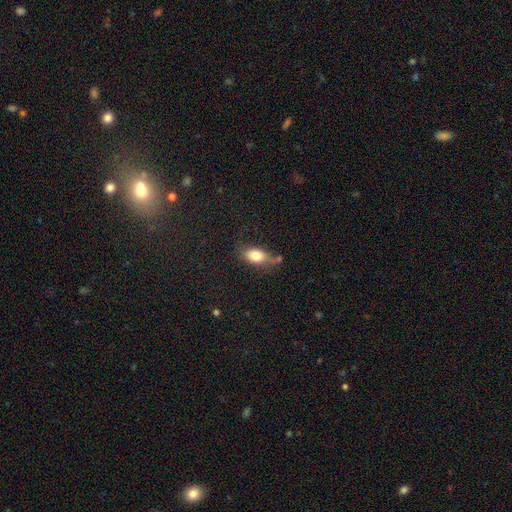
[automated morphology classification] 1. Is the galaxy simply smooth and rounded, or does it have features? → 77% smooth, 15% featured or disk, 9% star or artifact.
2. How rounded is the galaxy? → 83% in between, 10% round, 6% cigar-shaped.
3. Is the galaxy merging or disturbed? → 51% none, 28% minor disturbance, 11% merger, 10% major disturbance.